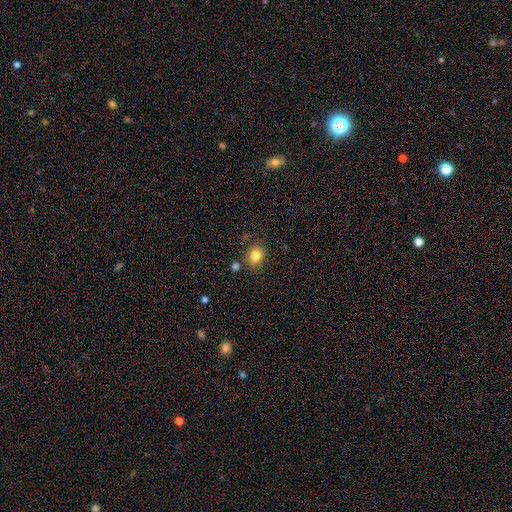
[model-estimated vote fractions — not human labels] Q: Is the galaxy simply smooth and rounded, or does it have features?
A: smooth — 82%.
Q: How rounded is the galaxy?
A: round — 65%.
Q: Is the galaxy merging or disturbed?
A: none — 80%.